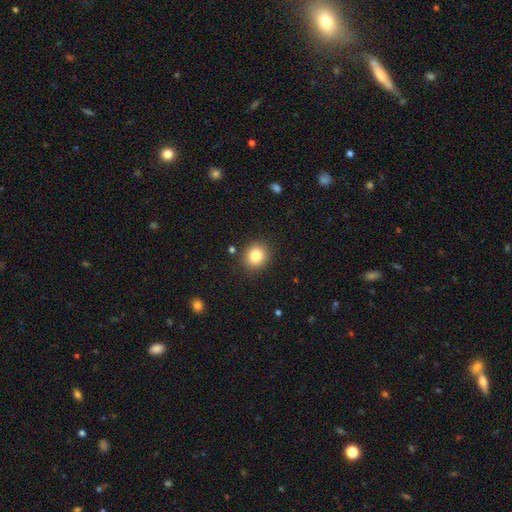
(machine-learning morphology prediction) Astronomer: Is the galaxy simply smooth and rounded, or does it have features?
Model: smooth — 82%.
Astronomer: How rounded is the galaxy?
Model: round — 83%.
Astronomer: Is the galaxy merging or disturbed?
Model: none — 89%.